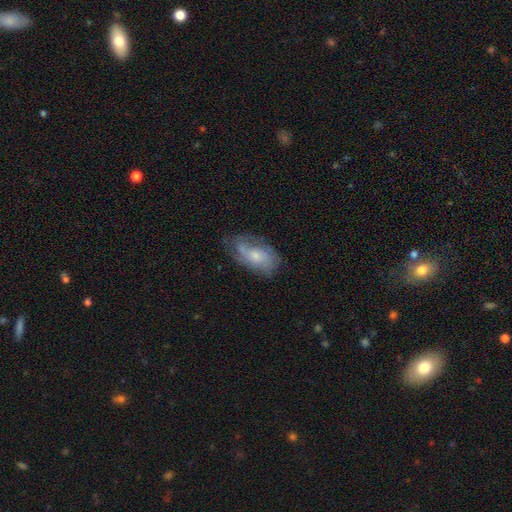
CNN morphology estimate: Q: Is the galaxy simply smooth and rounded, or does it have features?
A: smooth — 48%.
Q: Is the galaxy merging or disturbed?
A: none — 54%.